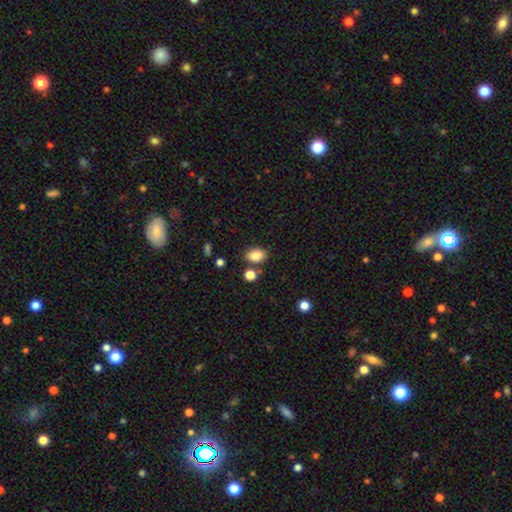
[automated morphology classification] A smooth galaxy with no disk features (86%) that is in between round and cigar-shaped (80%).

Vote fractions:
- Smooth or featured? smooth: 86% / star or artifact: 10% / featured or disk: 5%
- How rounded? in between: 80% / round: 19% / cigar-shaped: 1%
- Merging? none: 77% / minor disturbance: 11% / merger: 8% / major disturbance: 3%